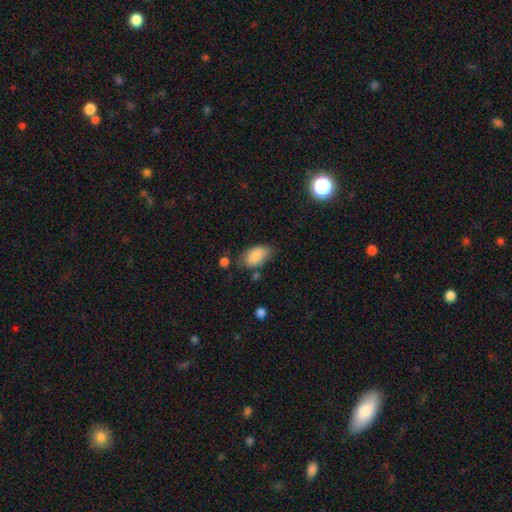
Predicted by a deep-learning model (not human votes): Overall: smooth (87%). How rounded: in between (94%). Merging: none (64%; minor disturbance 25%).